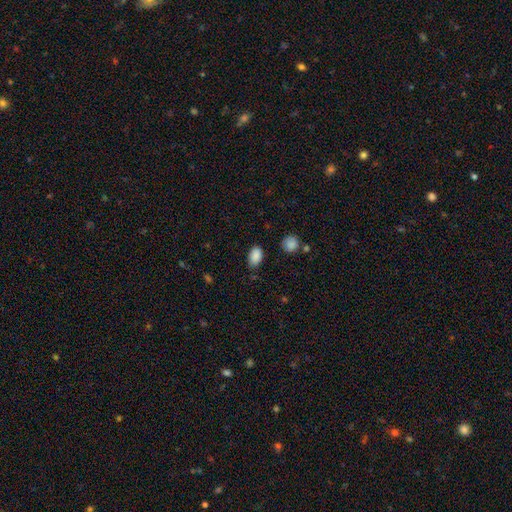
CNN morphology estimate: Smooth or featured?
  - smooth: 88% *
  - star or artifact: 9%
  - featured or disk: 3%
How rounded?
  - in between: 89% *
  - round: 10%
  - cigar-shaped: 1%
Merging?
  - none: 81% *
  - minor disturbance: 14%
  - major disturbance: 3%
  - merger: 2%